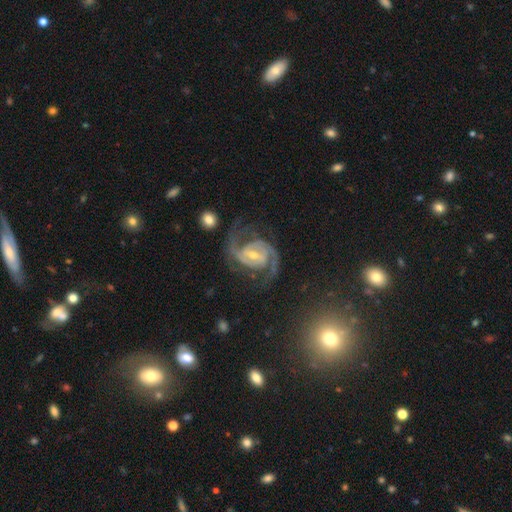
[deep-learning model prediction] featured or disk 88%, star or artifact 7%, smooth 4%. Down the decision tree: edge-on disk — no (98%); bar — weak (42%); spiral arms — yes (98%); spiral arm count — 2 (76%); spiral winding — medium (53%); bulge size — small (59%); merging — none (70%).